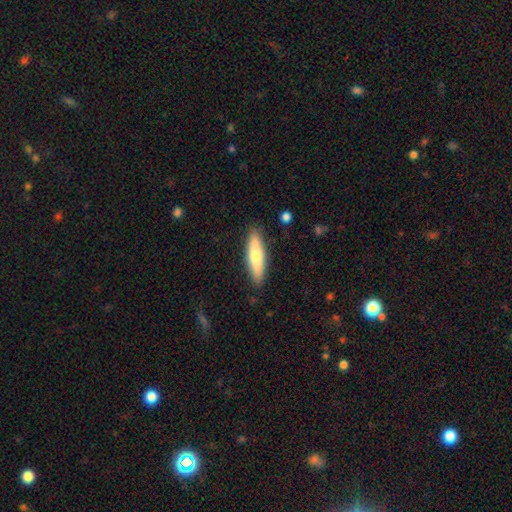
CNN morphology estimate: Overall: smooth (64%; featured or disk 30%). How rounded: cigar-shaped (69%; in between 30%). Merging: none (89%).